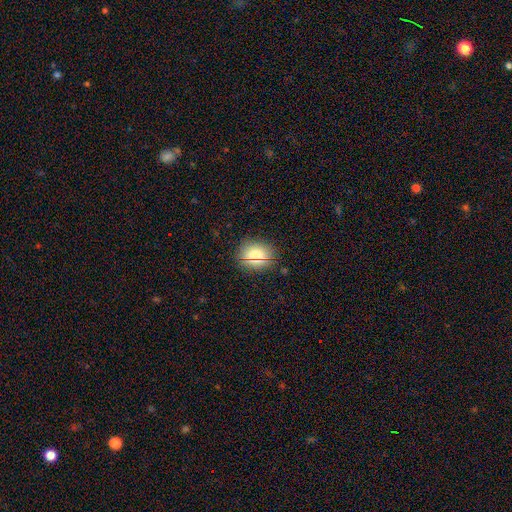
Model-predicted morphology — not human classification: smooth_or_featured: smooth (p=0.73) [alt: star or artifact p=0.16]
how_rounded: round (p=0.60) [alt: in between p=0.37]
merging: none (p=0.87) [alt: minor disturbance p=0.10]